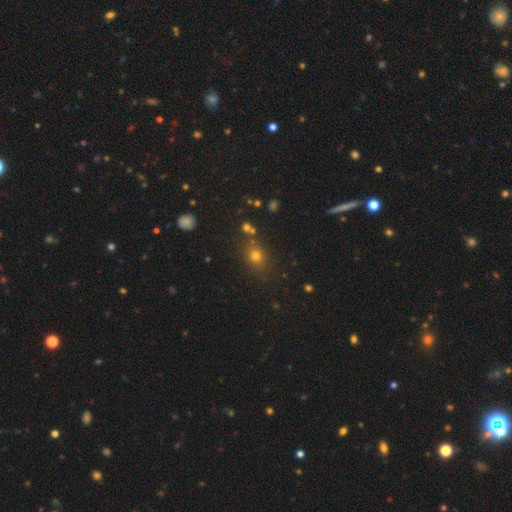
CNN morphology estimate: This appears to be a smooth galaxy with no disk features (67%) that is round (66%). Merging: none (75%).